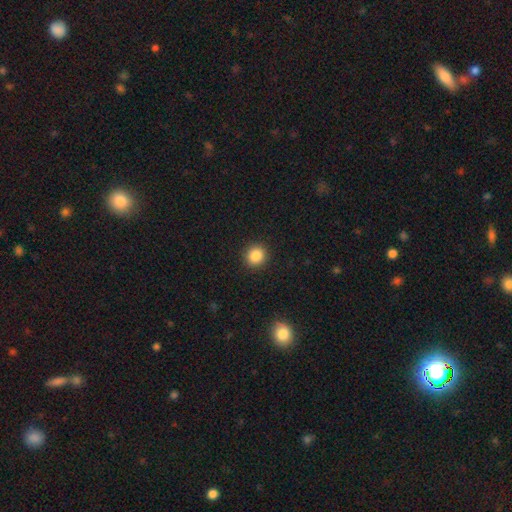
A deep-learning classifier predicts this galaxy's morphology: This appears to be a smooth galaxy with no disk features (85%) that is round (90%). Merging: none (92%).